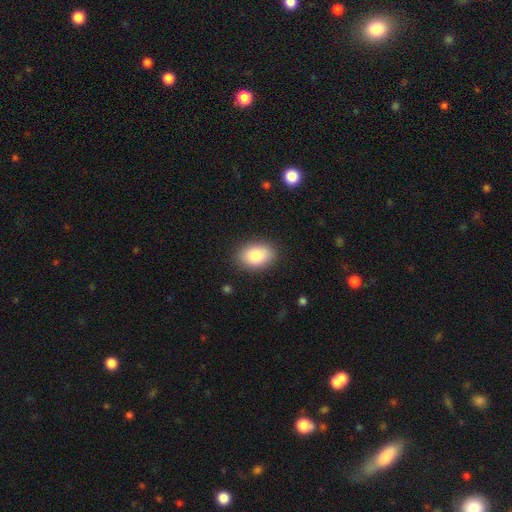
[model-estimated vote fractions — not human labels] smooth-or-featured: smooth: 84% | featured or disk: 9% | star or artifact: 7%
  how-rounded: in between: 83% | round: 16% | cigar-shaped: 1%
  merging: none: 87% | minor disturbance: 9% | major disturbance: 3% | merger: 1%